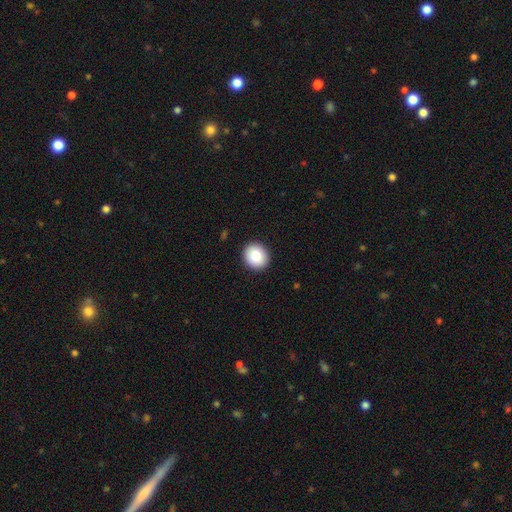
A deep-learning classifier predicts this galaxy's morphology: smooth 84%, star or artifact 8%, featured or disk 8%. Down the decision tree: how rounded — round (83%); merging — none (92%).